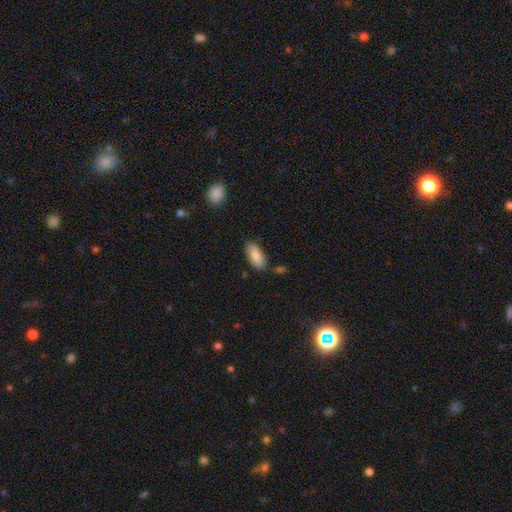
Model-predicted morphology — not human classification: smooth-or-featured: smooth: 87% | featured or disk: 7% | star or artifact: 6%
  how-rounded: in between: 85% | cigar-shaped: 14% | round: 2%
  merging: none: 82% | minor disturbance: 12% | merger: 3% | major disturbance: 2%